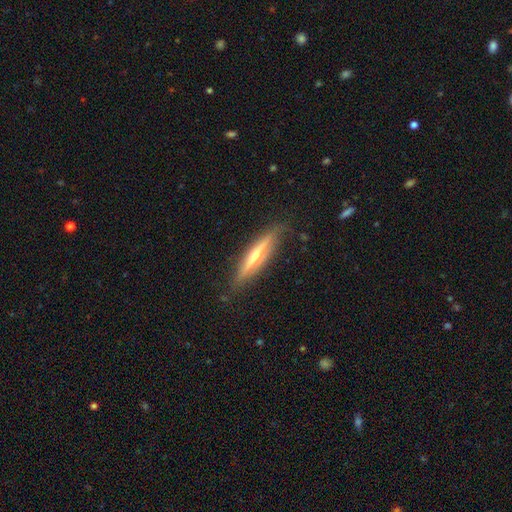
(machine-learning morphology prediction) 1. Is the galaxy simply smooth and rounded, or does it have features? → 57% featured or disk, 36% smooth, 8% star or artifact.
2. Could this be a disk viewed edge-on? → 90% yes, 10% no.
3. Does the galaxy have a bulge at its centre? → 78% rounded, 17% none, 5% boxy.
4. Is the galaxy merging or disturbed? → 84% none, 13% minor disturbance, 2% major disturbance, 1% merger.